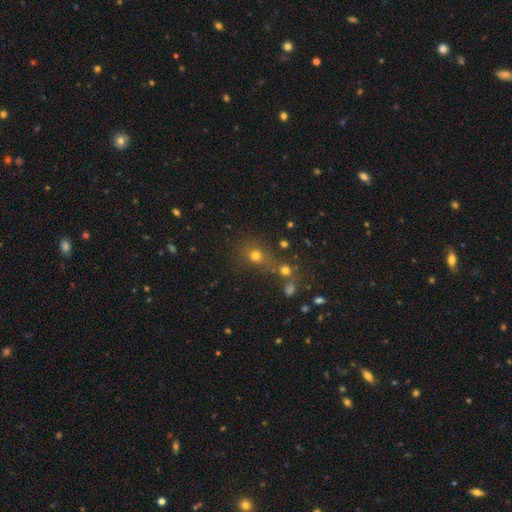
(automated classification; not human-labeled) Smooth or featured? Predicted: smooth (p=0.63). How rounded? Predicted: round (p=0.78). Merging? Predicted: none (p=0.58).